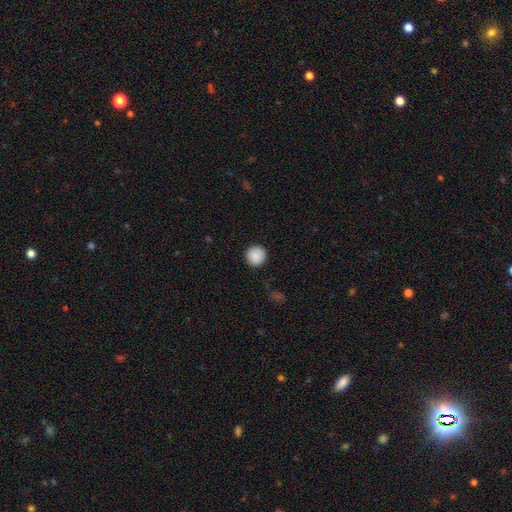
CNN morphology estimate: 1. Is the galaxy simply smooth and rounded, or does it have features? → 89% smooth, 8% star or artifact, 3% featured or disk.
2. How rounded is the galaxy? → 94% round, 5% in between, 1% cigar-shaped.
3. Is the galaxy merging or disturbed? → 92% none, 6% minor disturbance, 2% major disturbance, 1% merger.